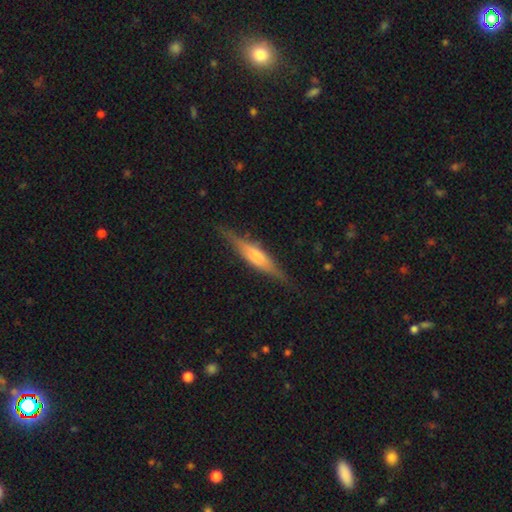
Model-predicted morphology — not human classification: The model was most divided on "smooth or featured": featured or disk: 64%, smooth: 30%, star or artifact: 7%. More confident: edge-on disk — yes (95%); merging — none (84%); edge-on bulge — rounded (64%).